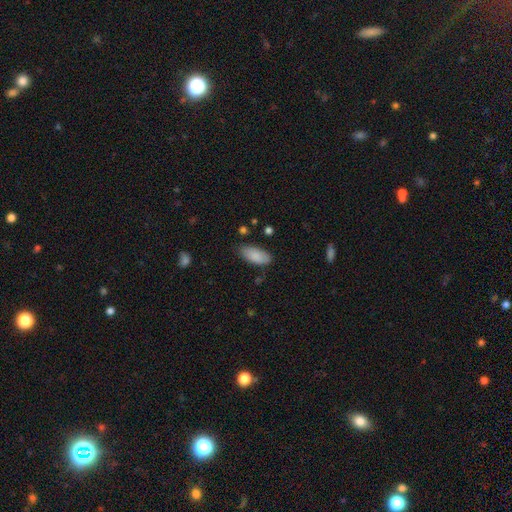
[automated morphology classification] Smooth or featured?
  - smooth: 88% *
  - featured or disk: 6%
  - star or artifact: 6%
How rounded?
  - in between: 89% *
  - cigar-shaped: 9%
  - round: 2%
Merging?
  - none: 80% *
  - minor disturbance: 15%
  - major disturbance: 3%
  - merger: 2%